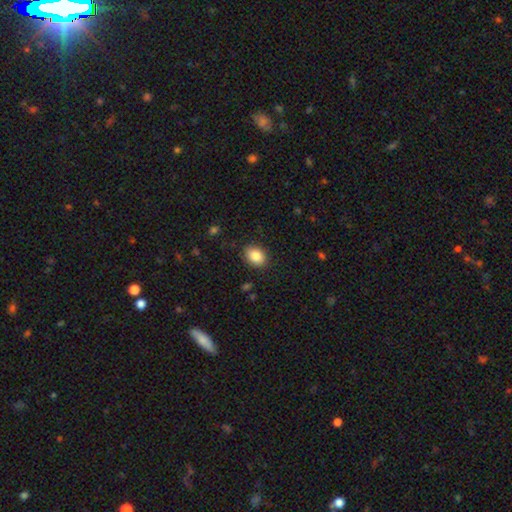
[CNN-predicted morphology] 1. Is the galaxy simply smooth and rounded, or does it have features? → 86% smooth, 8% star or artifact, 6% featured or disk.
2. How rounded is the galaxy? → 66% in between, 33% round, 1% cigar-shaped.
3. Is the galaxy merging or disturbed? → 88% none, 9% minor disturbance, 2% major disturbance, 1% merger.